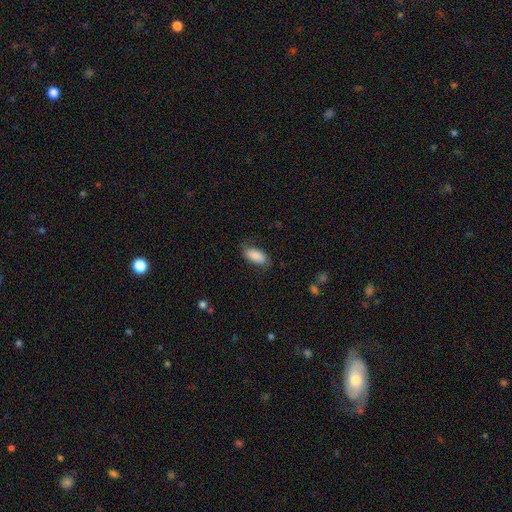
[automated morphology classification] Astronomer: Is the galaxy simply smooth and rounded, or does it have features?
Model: smooth — 82%.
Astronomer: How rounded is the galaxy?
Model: in between — 92%.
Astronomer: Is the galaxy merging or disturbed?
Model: none — 69%.